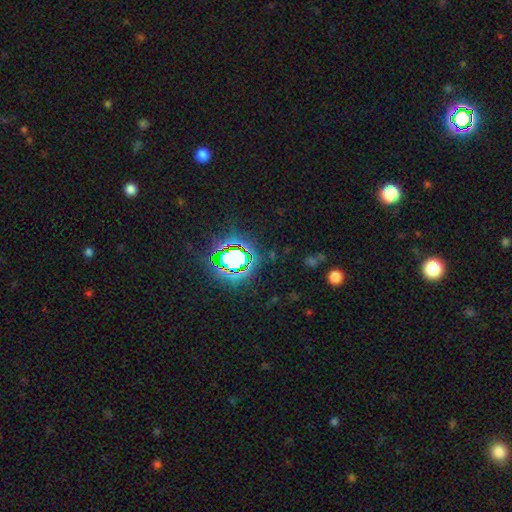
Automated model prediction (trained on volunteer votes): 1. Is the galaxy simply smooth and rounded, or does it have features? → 77% star or artifact, 14% smooth, 8% featured or disk.